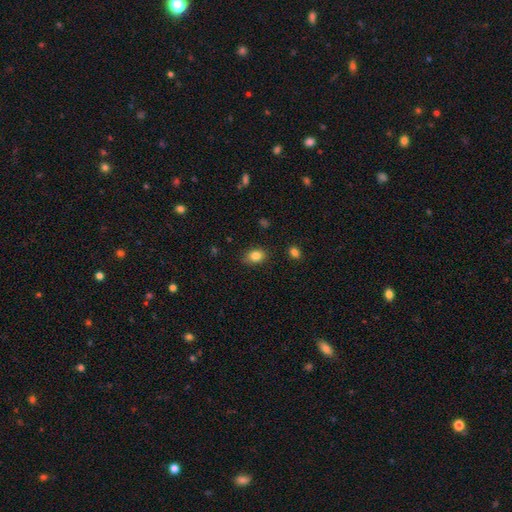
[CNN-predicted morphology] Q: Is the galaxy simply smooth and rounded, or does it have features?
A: smooth — 84%.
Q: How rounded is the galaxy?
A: in between — 69%.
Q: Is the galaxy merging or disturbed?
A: none — 82%.